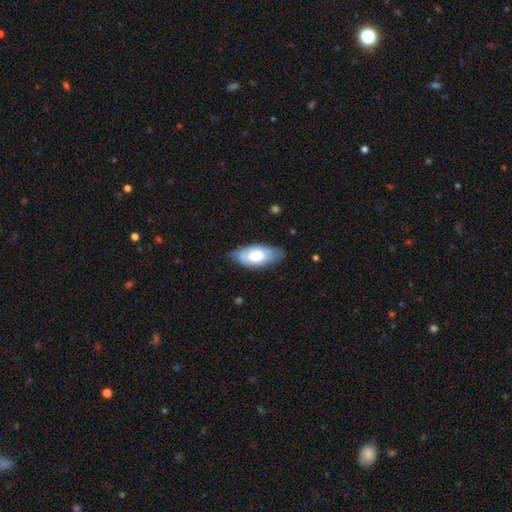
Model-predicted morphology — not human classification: A smooth galaxy with no disk features (59%) that is in between round and cigar-shaped (92%).

Vote fractions:
- Smooth or featured? smooth: 59% / featured or disk: 35% / star or artifact: 6%
- How rounded? in between: 92% / cigar-shaped: 6% / round: 3%
- Merging? none: 62% / minor disturbance: 30% / major disturbance: 7% / merger: 2%